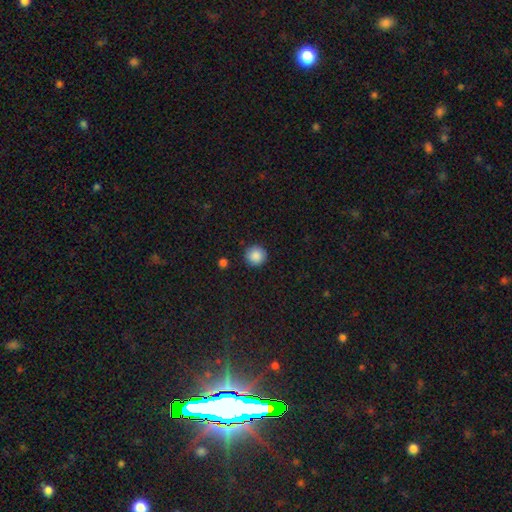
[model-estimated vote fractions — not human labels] A smooth galaxy with no disk features (88%) that is round (95%). Merging: none (91%).